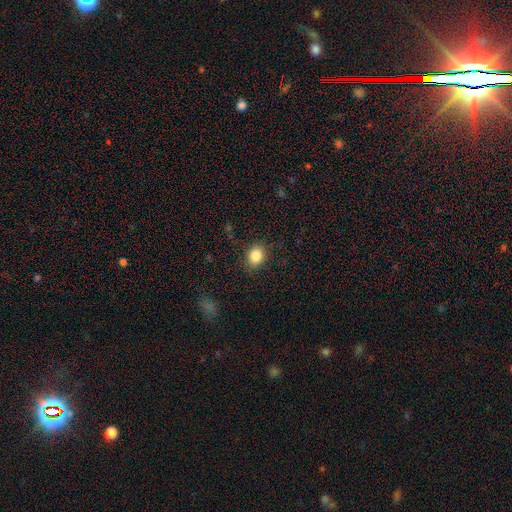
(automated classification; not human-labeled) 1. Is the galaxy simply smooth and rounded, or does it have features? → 84% smooth, 10% star or artifact, 6% featured or disk.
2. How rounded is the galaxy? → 55% round, 44% in between, 1% cigar-shaped.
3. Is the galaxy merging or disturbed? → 84% none, 11% minor disturbance, 3% major disturbance, 1% merger.